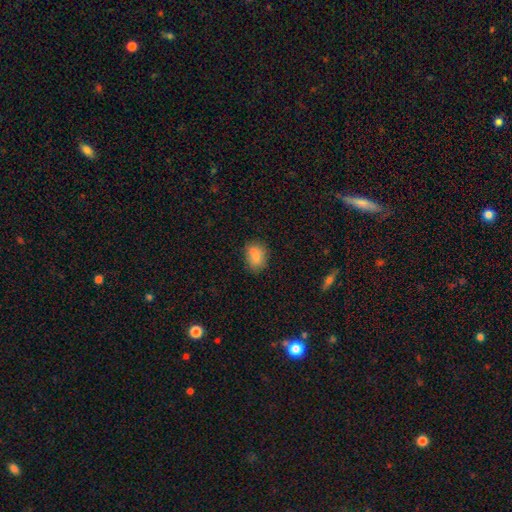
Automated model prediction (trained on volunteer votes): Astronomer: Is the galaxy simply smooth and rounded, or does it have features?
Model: smooth — 83%.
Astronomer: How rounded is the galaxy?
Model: in between — 69%.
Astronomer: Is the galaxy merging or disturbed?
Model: none — 76%.